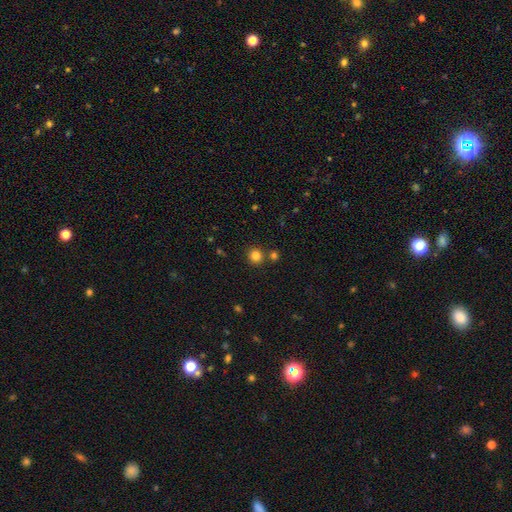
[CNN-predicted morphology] type=smooth (82%); roundness=round (91%); merging=none (82%).